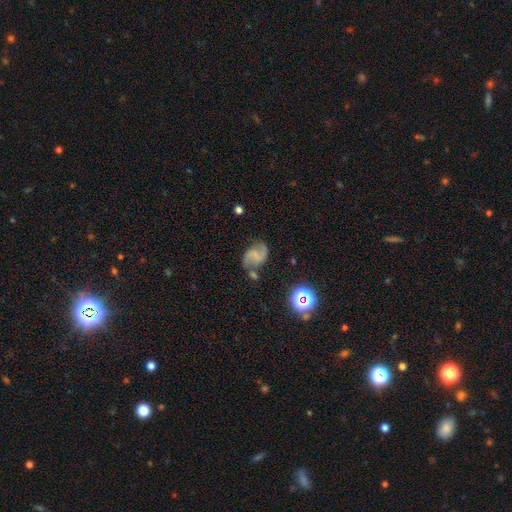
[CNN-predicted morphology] A featured or disk galaxy (77%) with a weak bar (46%), 2 (91%) loose (46%) spiral arms (95%) and no central bulge (54%). Merging: none (63%).